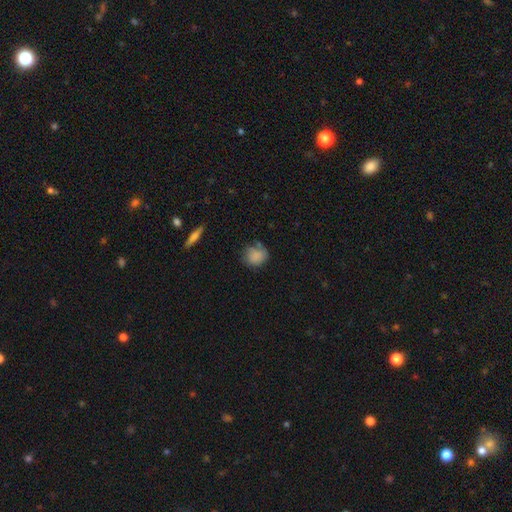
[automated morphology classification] Smooth or featured? smooth (82%)
How rounded? round (70%)
Merging? none (62%)